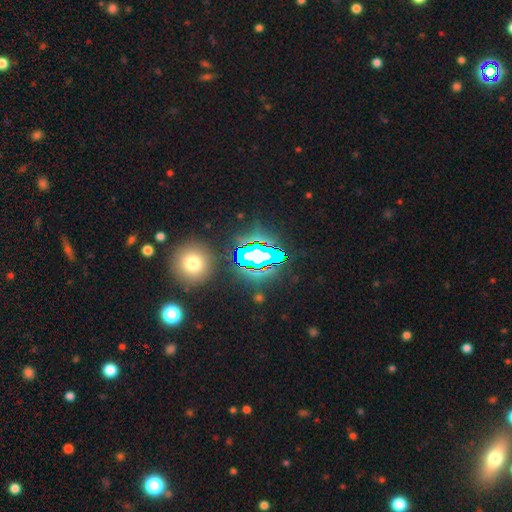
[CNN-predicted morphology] Smooth or featured? Predicted: star or artifact (p=0.72).